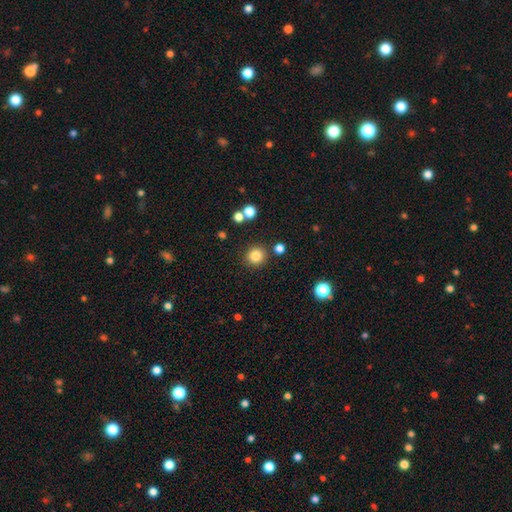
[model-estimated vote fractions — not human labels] smooth-or-featured: smooth: 82% | star or artifact: 12% | featured or disk: 6%
  how-rounded: round: 93% | in between: 6% | cigar-shaped: 1%
  merging: none: 87% | minor disturbance: 7% | merger: 4% | major disturbance: 2%